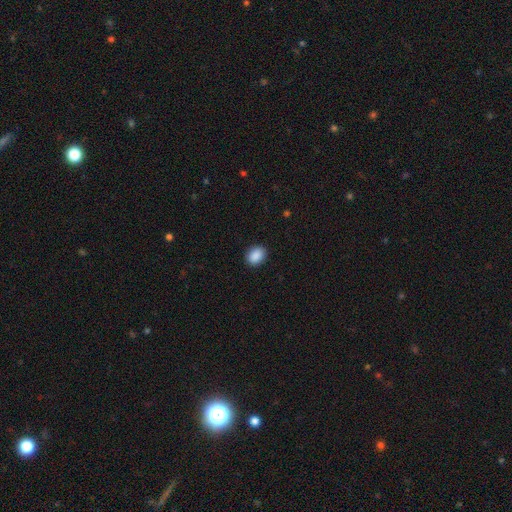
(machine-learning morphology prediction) smooth 90%, star or artifact 8%, featured or disk 3%. Down the decision tree: how rounded — in between (65%); merging — none (90%).